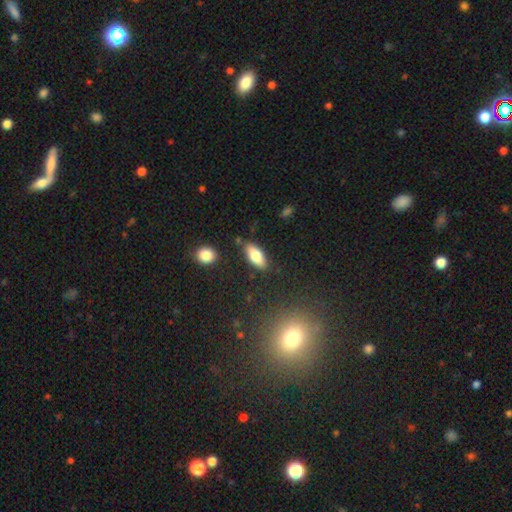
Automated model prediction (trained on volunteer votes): A smooth galaxy with no disk features (78%) that is in between round and cigar-shaped (82%). Merging: none (82%).